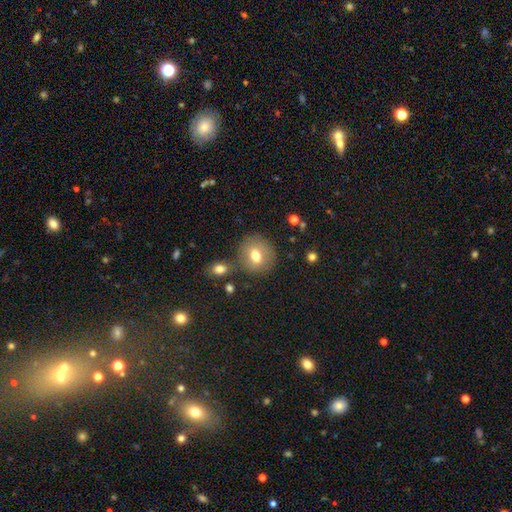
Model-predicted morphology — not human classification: smooth_or_featured: smooth (p=0.72) [alt: featured or disk p=0.18]
how_rounded: round (p=0.73) [alt: in between p=0.25]
merging: none (p=0.70) [alt: minor disturbance p=0.13]